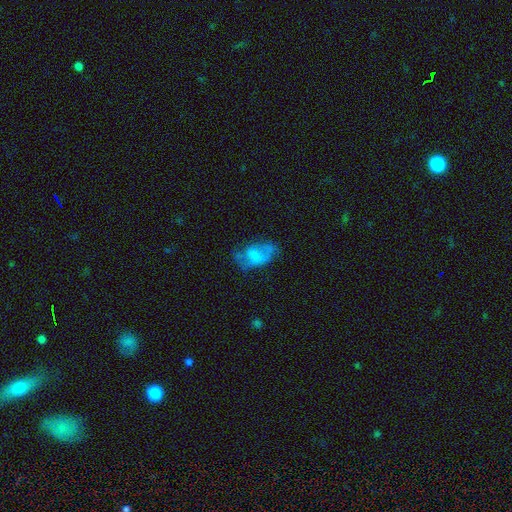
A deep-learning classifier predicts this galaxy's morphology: Q: Smooth or featured?
A: smooth (50%); runner-up: featured or disk (41%)
Q: Merging?
A: none (40%); runner-up: major disturbance (30%)